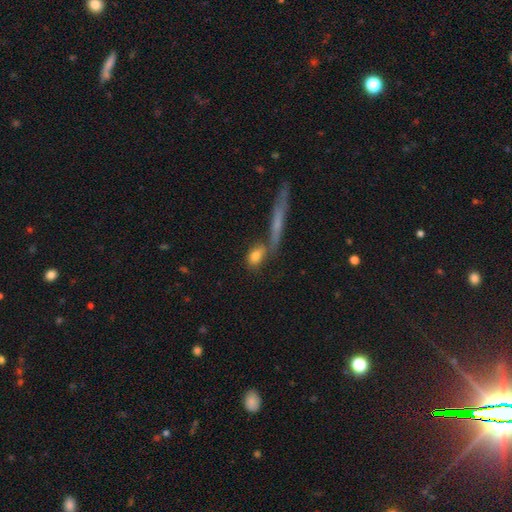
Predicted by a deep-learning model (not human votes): Smooth or featured? smooth (77%)
How rounded? in between (59%)
Merging? none (55%)